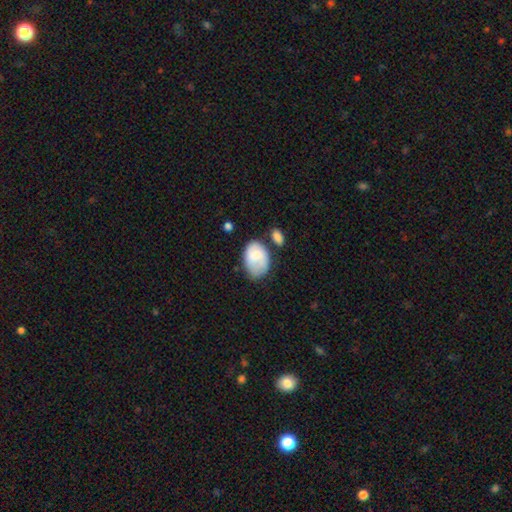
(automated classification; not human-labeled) Smooth or featured: smooth — 73% (featured or disk — 20%)
How rounded: in between — 83% (round — 15%)
Merging: none — 40% (minor disturbance — 33%)